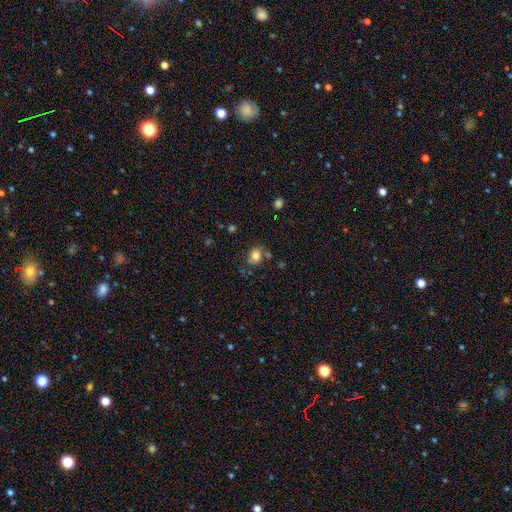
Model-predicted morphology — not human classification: Smooth or featured? smooth (80%)
How rounded? round (63%)
Merging? none (69%)